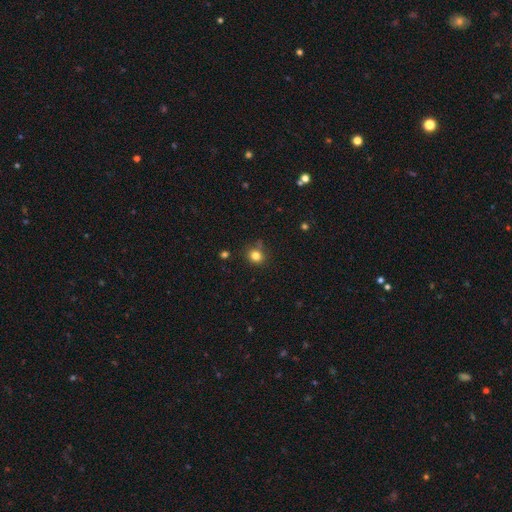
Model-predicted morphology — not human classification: Smooth or featured? Predicted: smooth (p=0.81). How rounded? Predicted: round (p=0.79). Merging? Predicted: none (p=0.77).